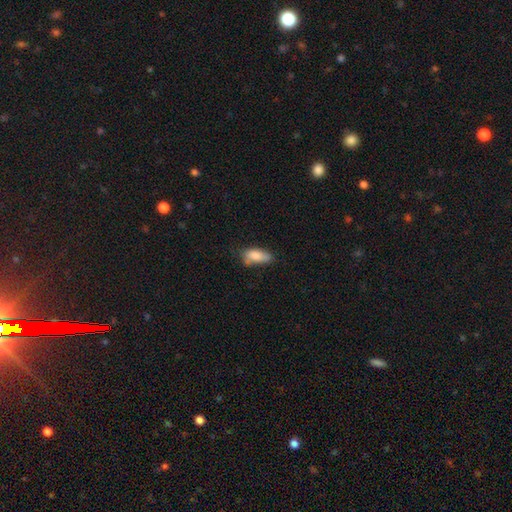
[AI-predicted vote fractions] This is clearly a smooth galaxy (83%). How rounded: clearly in between (82%). Merging: possibly none (49%).